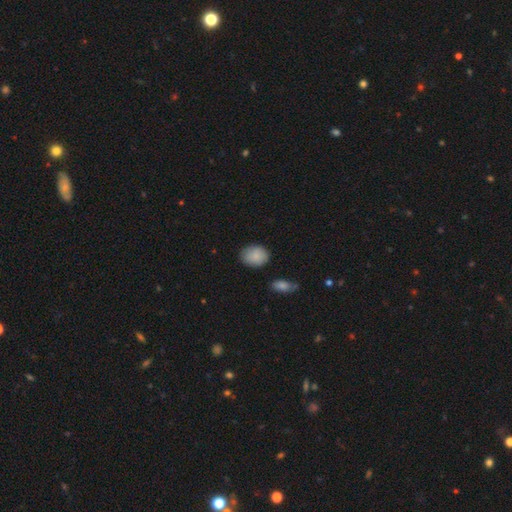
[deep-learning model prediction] Smooth or featured? smooth (88%)
How rounded? in between (61%)
Merging? none (79%)